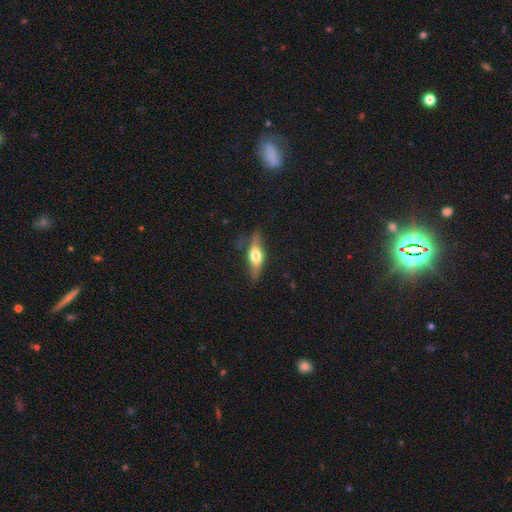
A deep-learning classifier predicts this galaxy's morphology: featured or disk 55%, smooth 39%, star or artifact 6%. Down the decision tree: edge-on disk — yes (88%); merging — none (76%).